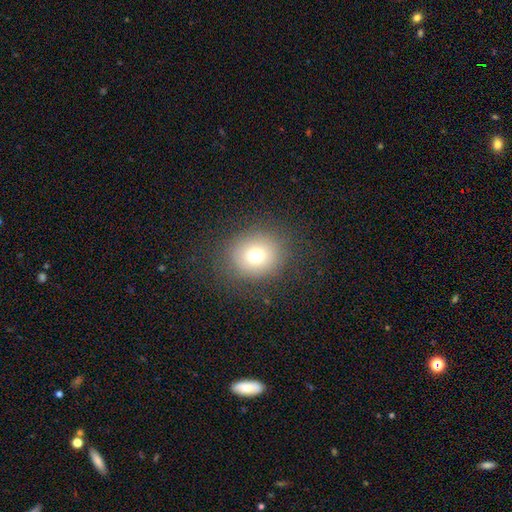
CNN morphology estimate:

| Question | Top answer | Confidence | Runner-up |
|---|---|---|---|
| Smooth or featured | smooth | 72% | star or artifact (16%) |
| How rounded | round | 80% | in between (20%) |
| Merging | none | 84% | minor disturbance (9%) |